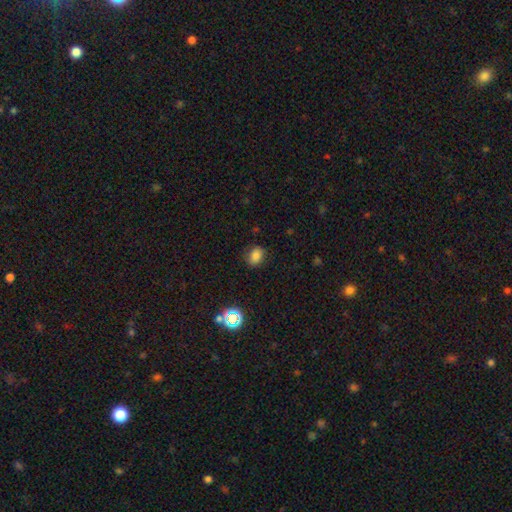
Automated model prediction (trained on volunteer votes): This appears to be a smooth galaxy with no disk features (79%) that is in between round and cigar-shaped (56%). Merging: none (81%).